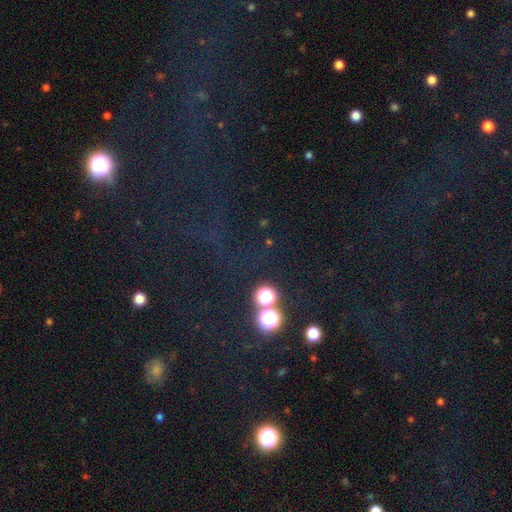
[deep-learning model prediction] This is likely a star or artifact rather than a galaxy (69%).